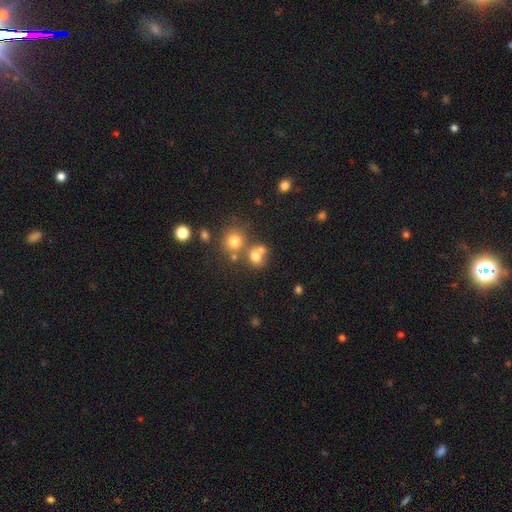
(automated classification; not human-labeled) Overall: smooth (71%). How rounded: round (71%). Merging: none (46%; merger 39%).